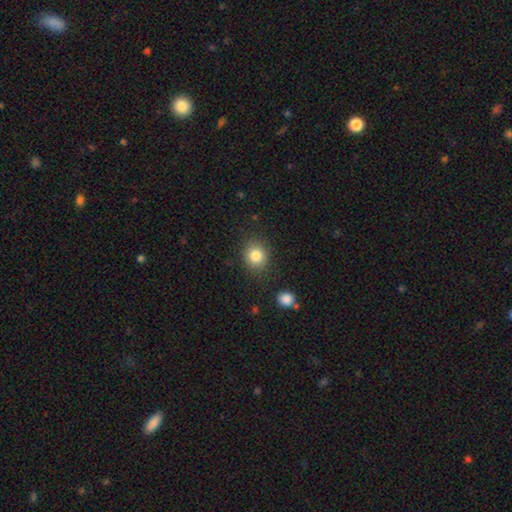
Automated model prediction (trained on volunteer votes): Smooth or featured: smooth — 83% (star or artifact — 10%)
How rounded: round — 75% (in between — 24%)
Merging: none — 84% (minor disturbance — 10%)